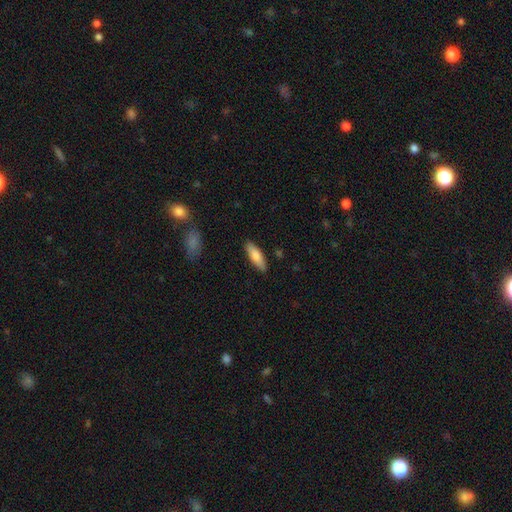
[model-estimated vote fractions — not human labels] Smooth or featured? smooth (79%)
How rounded? in between (54%)
Merging? none (87%)